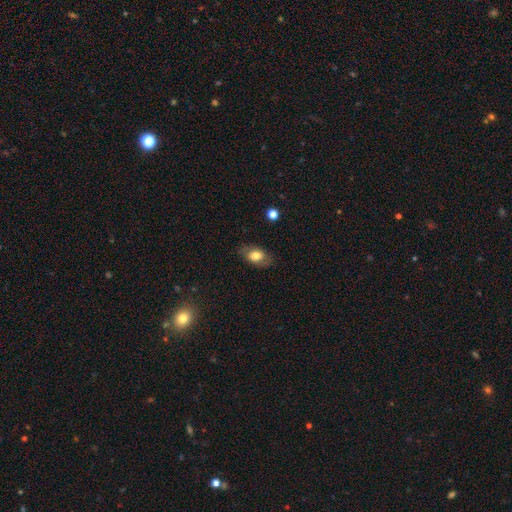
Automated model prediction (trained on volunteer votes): smooth-or-featured: smooth: 70% | featured or disk: 23% | star or artifact: 8%
  how-rounded: in between: 87% | round: 11% | cigar-shaped: 2%
  merging: none: 79% | minor disturbance: 15% | major disturbance: 5% | merger: 1%